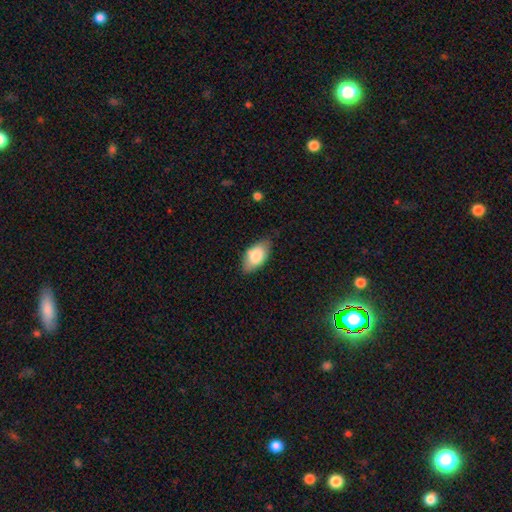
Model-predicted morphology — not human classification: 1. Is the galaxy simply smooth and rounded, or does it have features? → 81% smooth, 13% featured or disk, 6% star or artifact.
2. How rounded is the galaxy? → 93% in between, 4% cigar-shaped, 3% round.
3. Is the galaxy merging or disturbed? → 75% none, 20% minor disturbance, 3% major disturbance, 2% merger.